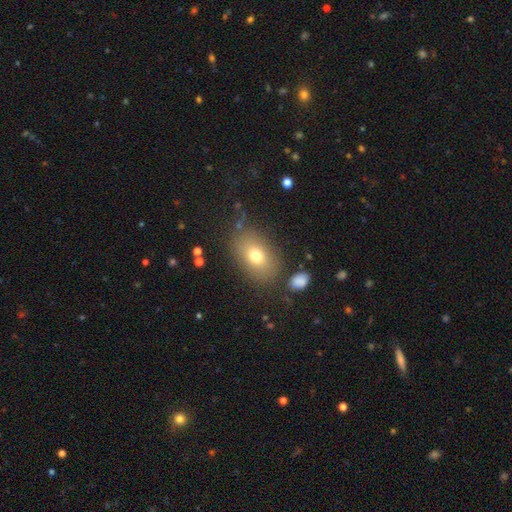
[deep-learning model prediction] The model was most divided on "smooth or featured": smooth: 73%, featured or disk: 15%, star or artifact: 11%. More confident: how rounded — in between (80%); merging — none (78%).